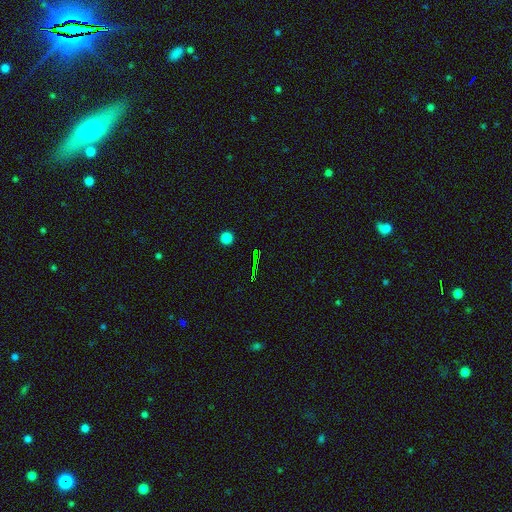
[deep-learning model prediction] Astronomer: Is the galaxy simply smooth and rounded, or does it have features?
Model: star or artifact — 65%.